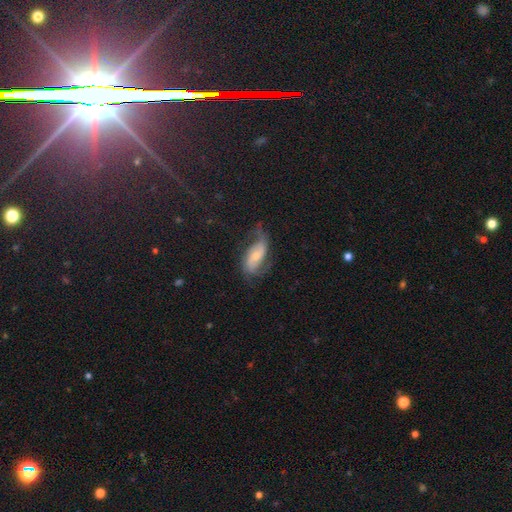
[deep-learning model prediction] Smooth or featured?
  - featured or disk: 67% *
  - smooth: 25%
  - star or artifact: 8%
Edge-on disk?
  - no: 93% *
  - yes: 7%
Bar?
  - no: 42% *
  - weak: 36%
  - strong: 22%
Spiral arms?
  - yes: 89% *
  - no: 11%
Spiral winding?
  - loose: 53% *
  - medium: 33%
  - tight: 14%
Spiral arm count?
  - 2: 82% *
  - can't tell: 8%
  - 1: 5%
  - 3: 2%
  - 4: 1%
  - more than 4: 1%
Bulge size?
  - small: 51% *
  - moderate: 38%
  - large: 6%
  - none: 4%
  - dominant: 2%
Merging?
  - none: 52% *
  - minor disturbance: 25%
  - major disturbance: 22%
  - merger: 2%